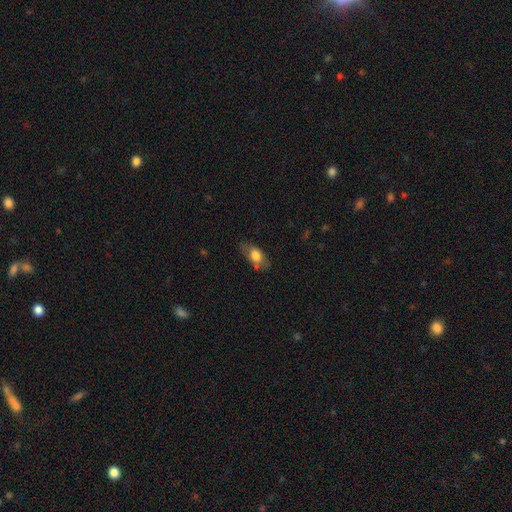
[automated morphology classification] Smooth or featured? Predicted: smooth (p=0.69). How rounded? Predicted: in between (p=0.84). Merging? Predicted: none (p=0.64).